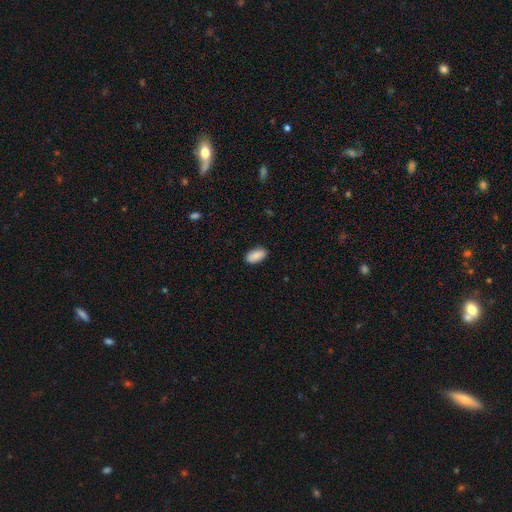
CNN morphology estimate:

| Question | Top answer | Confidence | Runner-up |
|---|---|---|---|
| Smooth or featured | smooth | 90% | star or artifact (6%) |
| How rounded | in between | 94% | cigar-shaped (4%) |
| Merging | none | 87% | minor disturbance (9%) |